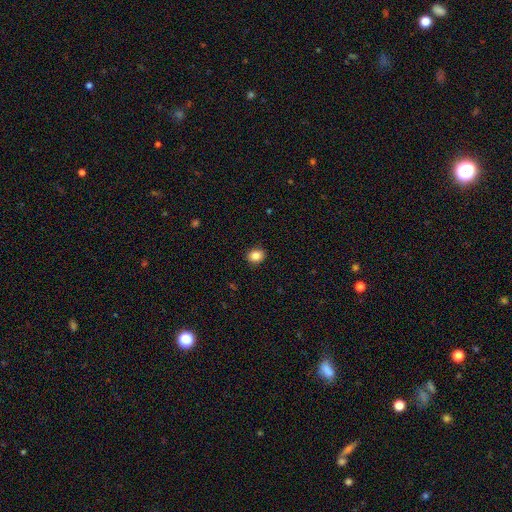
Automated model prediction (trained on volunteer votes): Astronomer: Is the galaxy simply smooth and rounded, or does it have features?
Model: smooth — 85%.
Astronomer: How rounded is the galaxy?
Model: round — 65%.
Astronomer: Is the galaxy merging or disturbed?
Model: none — 90%.